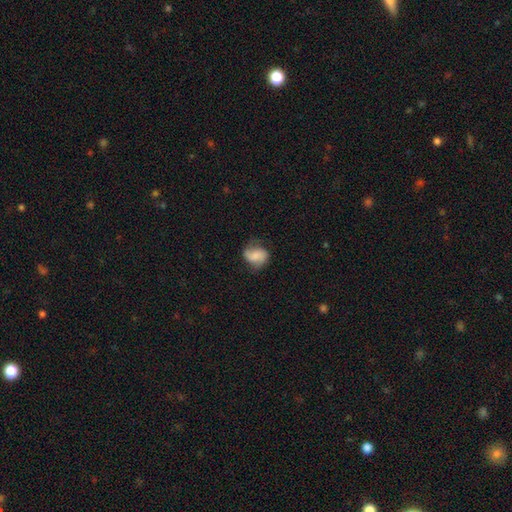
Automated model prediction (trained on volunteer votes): smooth 48%, featured or disk 43%, star or artifact 9%. Down the decision tree: merging — none (61%).